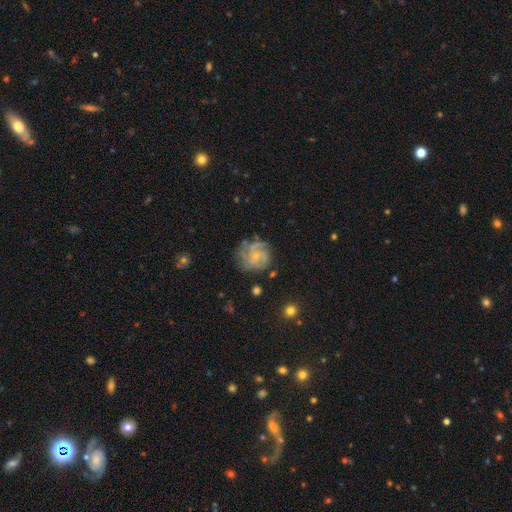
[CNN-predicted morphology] This appears to be a featured or disk galaxy (78%) with no bar (71%), 3 (31%) tight (52%) spiral arms (93%) and a small central bulge (75%). Merging: none (66%).